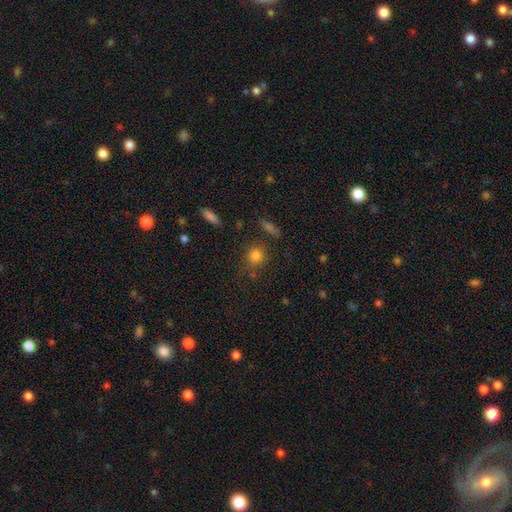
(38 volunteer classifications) A smooth galaxy with no disk features (84%) that is round (94%). Merging: none (89%).